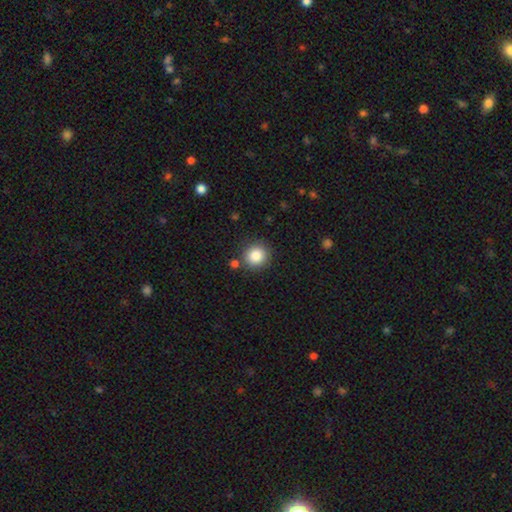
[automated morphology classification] Overall: smooth (85%). How rounded: round (91%). Merging: none (83%).